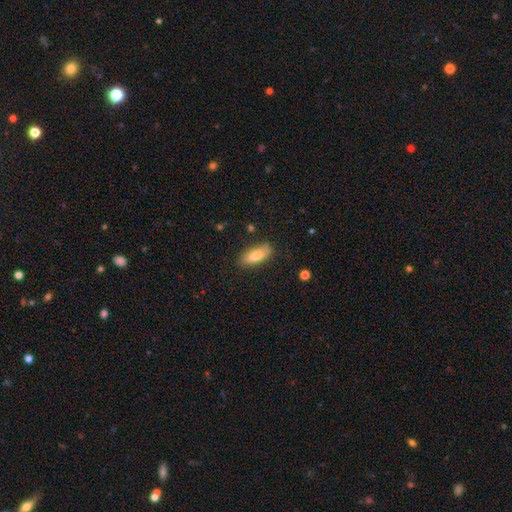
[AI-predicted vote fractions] Overall: smooth (81%). How rounded: in between (74%). Merging: none (79%).